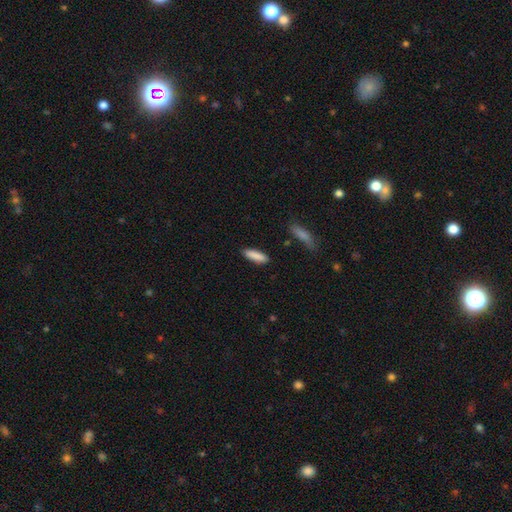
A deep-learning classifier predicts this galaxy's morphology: smooth-or-featured: smooth: 88% | featured or disk: 6% | star or artifact: 6%
  how-rounded: cigar-shaped: 59% | in between: 40% | round: 1%
  merging: none: 87% | minor disturbance: 9% | merger: 2% | major disturbance: 2%